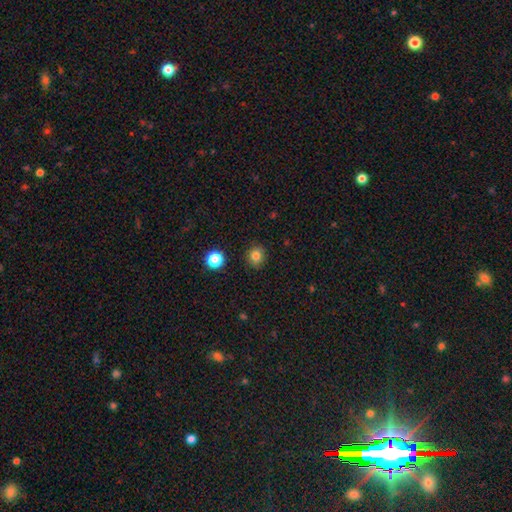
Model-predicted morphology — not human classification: A smooth galaxy with no disk features (82%) that is round (79%).

Vote fractions:
- Smooth or featured? smooth: 82% / star or artifact: 13% / featured or disk: 6%
- How rounded? round: 79% / in between: 20% / cigar-shaped: 1%
- Merging? none: 89% / minor disturbance: 7% / major disturbance: 2% / merger: 1%